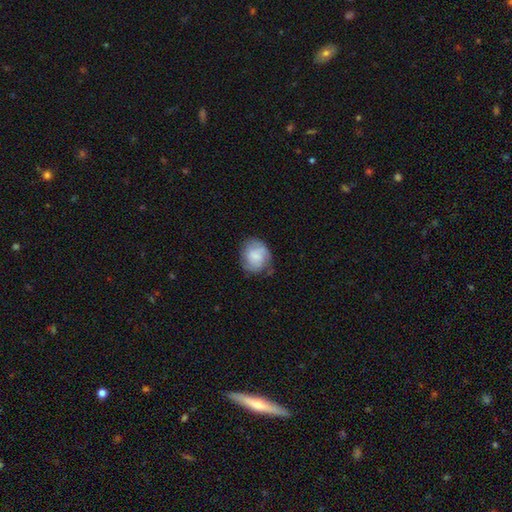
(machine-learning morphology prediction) Smooth or featured?
  - smooth: 59% *
  - featured or disk: 33%
  - star or artifact: 8%
How rounded?
  - round: 68% *
  - in between: 31%
  - cigar-shaped: 1%
Merging?
  - none: 65% *
  - minor disturbance: 25%
  - major disturbance: 9%
  - merger: 2%